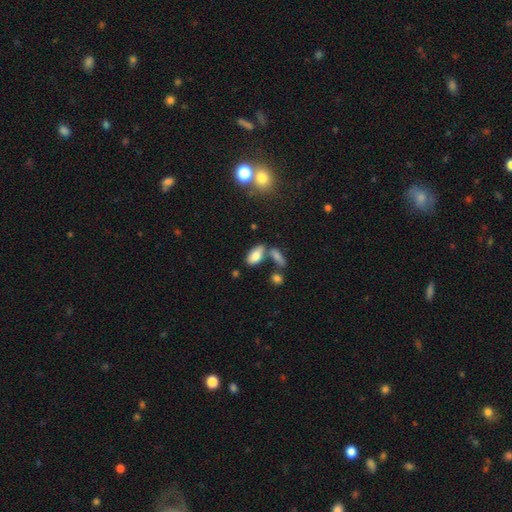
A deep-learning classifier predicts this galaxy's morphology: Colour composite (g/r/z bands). It shows a smooth galaxy with no disk features (79%) that is in between round and cigar-shaped (89%). Merging: none (53%).